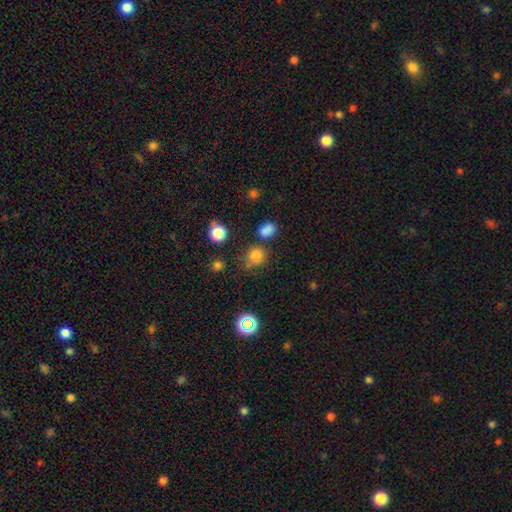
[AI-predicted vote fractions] Smooth or featured?
  - smooth: 76% *
  - star or artifact: 19%
  - featured or disk: 6%
How rounded?
  - round: 82% *
  - in between: 17%
  - cigar-shaped: 1%
Merging?
  - none: 72% *
  - minor disturbance: 13%
  - merger: 11%
  - major disturbance: 4%